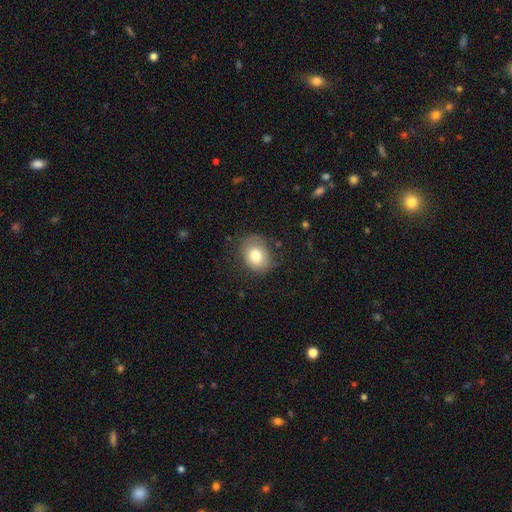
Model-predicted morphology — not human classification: smooth_or_featured: smooth (p=0.78) [alt: featured or disk p=0.13]
how_rounded: in between (p=0.50) [alt: round p=0.49]
merging: none (p=0.71) [alt: minor disturbance p=0.21]